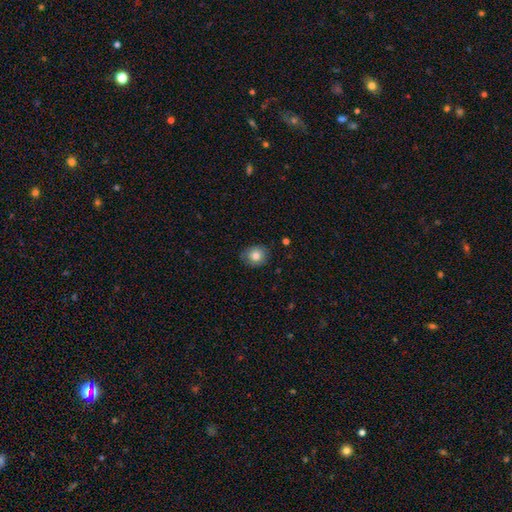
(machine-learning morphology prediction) Smooth or featured? Predicted: smooth (p=0.81). How rounded? Predicted: round (p=0.74). Merging? Predicted: none (p=0.80).